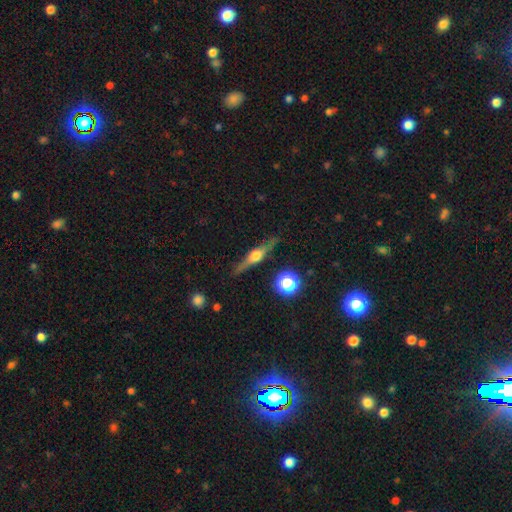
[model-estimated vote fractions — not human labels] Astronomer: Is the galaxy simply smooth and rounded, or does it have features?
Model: featured or disk — 72%.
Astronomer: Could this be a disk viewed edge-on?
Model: yes — 96%.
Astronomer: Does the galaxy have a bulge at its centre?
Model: rounded — 90%.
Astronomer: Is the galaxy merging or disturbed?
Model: none — 86%.